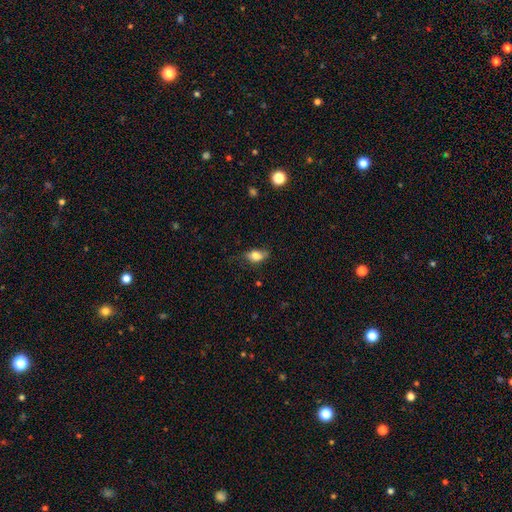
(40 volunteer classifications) Smooth or featured: smooth — 72% (featured or disk — 18%)
How rounded: in between — 93% (round — 7%)
Merging: none — 61% (minor disturbance — 28%)